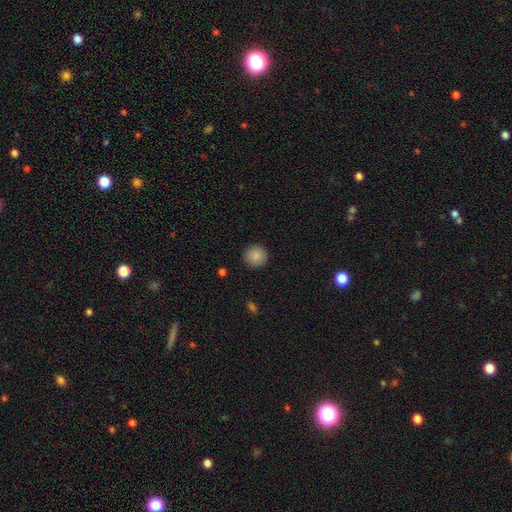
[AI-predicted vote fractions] Smooth or featured: smooth — 88% (star or artifact — 8%)
How rounded: round — 95% (in between — 4%)
Merging: none — 92% (minor disturbance — 5%)